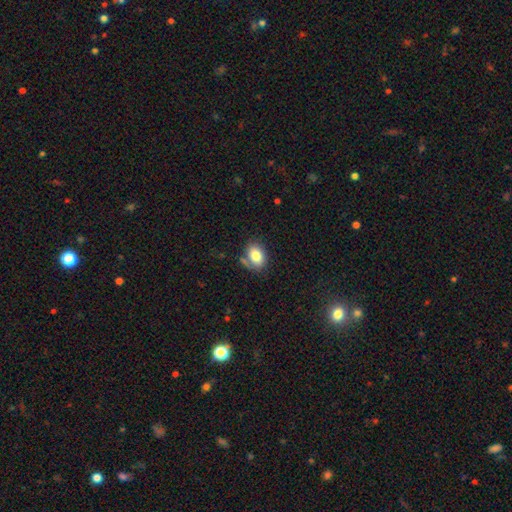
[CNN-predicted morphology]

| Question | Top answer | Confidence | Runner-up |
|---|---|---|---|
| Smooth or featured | smooth | 80% | featured or disk (11%) |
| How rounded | in between | 71% | round (28%) |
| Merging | none | 68% | minor disturbance (18%) |